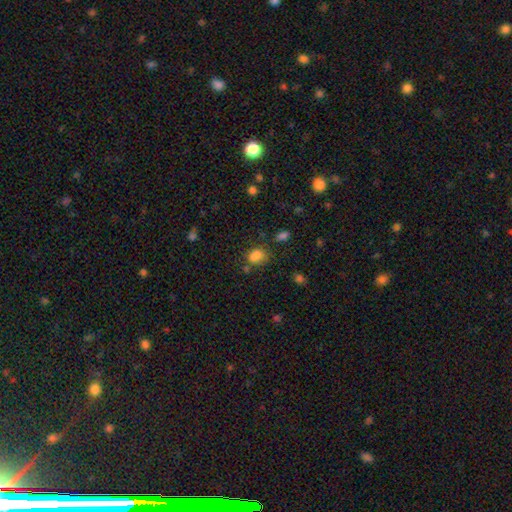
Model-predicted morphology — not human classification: Smooth or featured? smooth (81%)
How rounded? in between (69%)
Merging? none (57%)